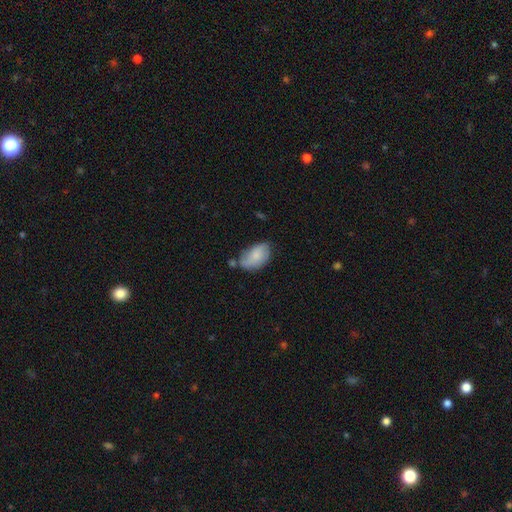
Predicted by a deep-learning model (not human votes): smooth-or-featured: smooth: 75% | featured or disk: 18% | star or artifact: 7%
  how-rounded: in between: 93% | round: 6% | cigar-shaped: 2%
  merging: none: 52% | minor disturbance: 32% | merger: 8% | major disturbance: 8%